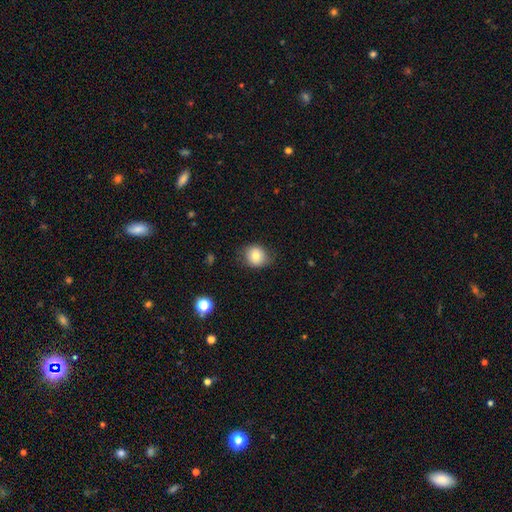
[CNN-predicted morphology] smooth-or-featured: smooth: 79% | featured or disk: 12% | star or artifact: 10%
  how-rounded: round: 76% | in between: 24% | cigar-shaped: 1%
  merging: none: 76% | minor disturbance: 18% | major disturbance: 5% | merger: 1%